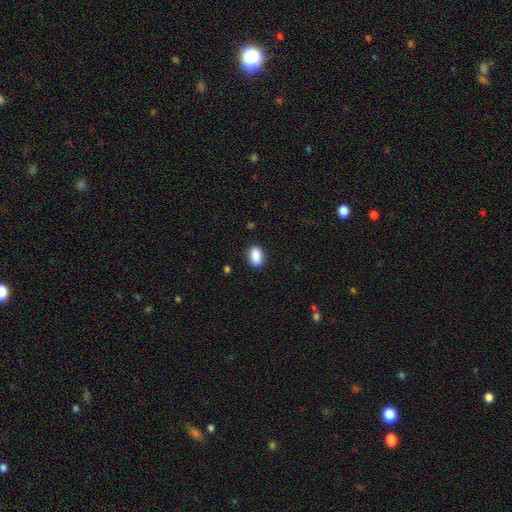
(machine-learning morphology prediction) Smooth or featured? Predicted: smooth (p=0.89). How rounded? Predicted: in between (p=0.86). Merging? Predicted: none (p=0.88).